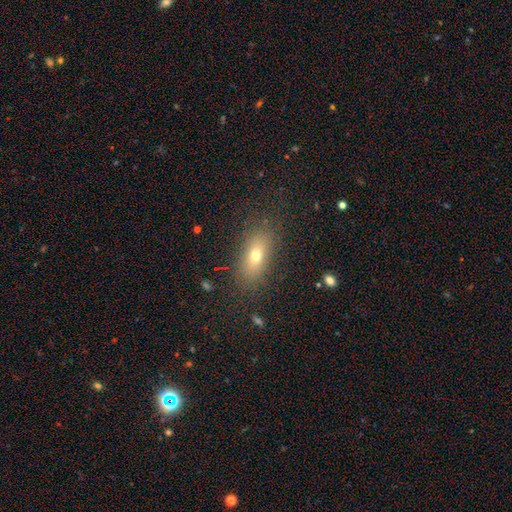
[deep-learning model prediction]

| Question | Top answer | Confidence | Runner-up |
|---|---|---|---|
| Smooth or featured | smooth | 68% | featured or disk (19%) |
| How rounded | in between | 77% | cigar-shaped (15%) |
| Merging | none | 82% | minor disturbance (11%) |